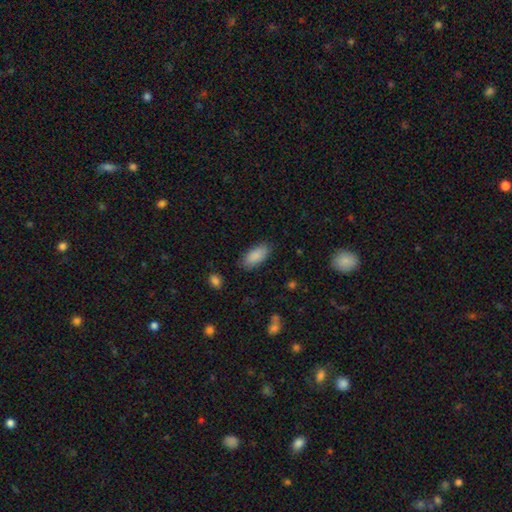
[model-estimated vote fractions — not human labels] Smooth or featured: smooth — 89% (star or artifact — 7%)
How rounded: in between — 89% (cigar-shaped — 9%)
Merging: none — 85% (minor disturbance — 11%)